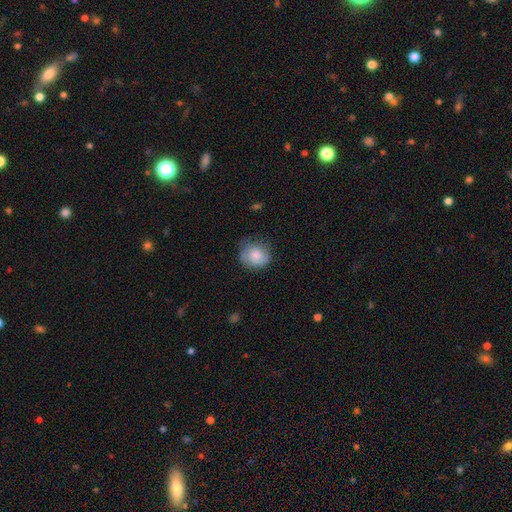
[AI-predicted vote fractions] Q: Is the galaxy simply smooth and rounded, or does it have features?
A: smooth — 74%.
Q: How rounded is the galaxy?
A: round — 79%.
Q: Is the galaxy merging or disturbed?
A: none — 65%.